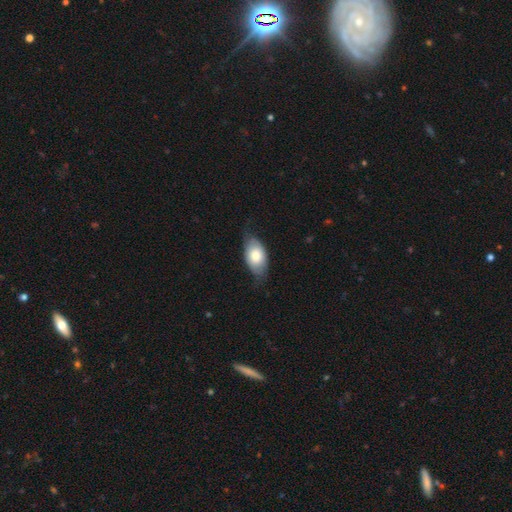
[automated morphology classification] smooth 70%, featured or disk 24%, star or artifact 6%. Down the decision tree: how rounded — in between (92%); merging — none (62%).